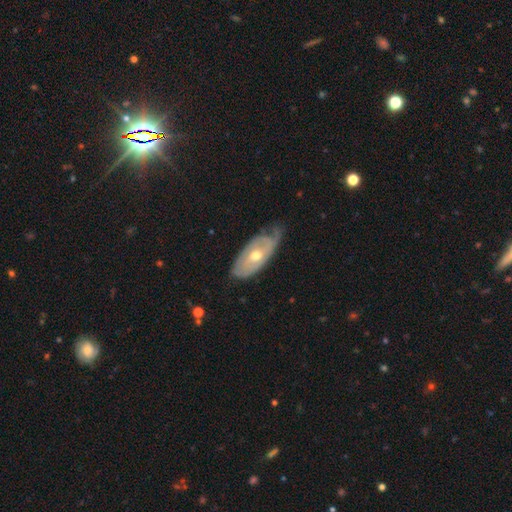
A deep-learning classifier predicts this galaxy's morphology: A featured or disk galaxy (68%) with no bar (73%), spiral arms (74%) and a moderate central bulge (70%). Merging: none (53%).